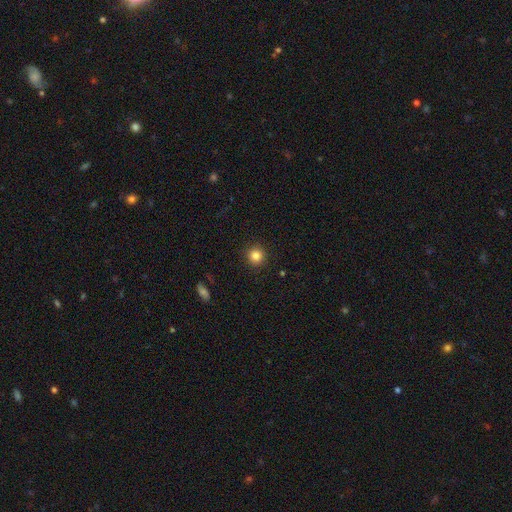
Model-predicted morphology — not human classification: type=smooth (84%); roundness=round (94%); merging=none (92%).